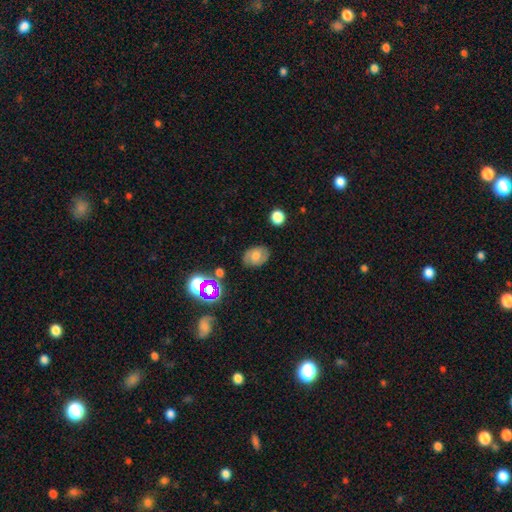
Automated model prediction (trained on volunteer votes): Overall: smooth (55%; featured or disk 33%). How rounded: in between (71%). Merging: none (79%).